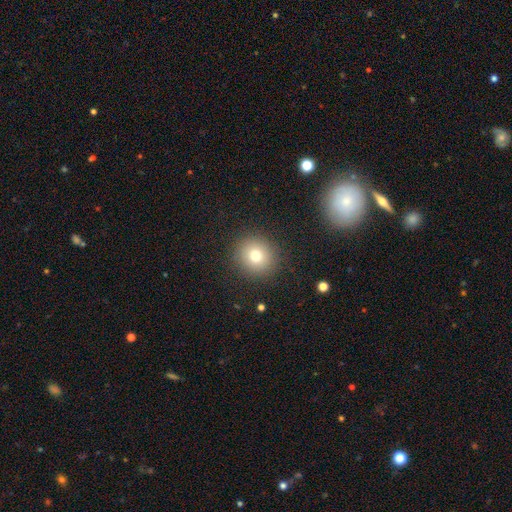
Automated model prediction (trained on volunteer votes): This is likely a smooth galaxy (76%). How rounded: clearly round (90%). Merging: clearly none (90%).